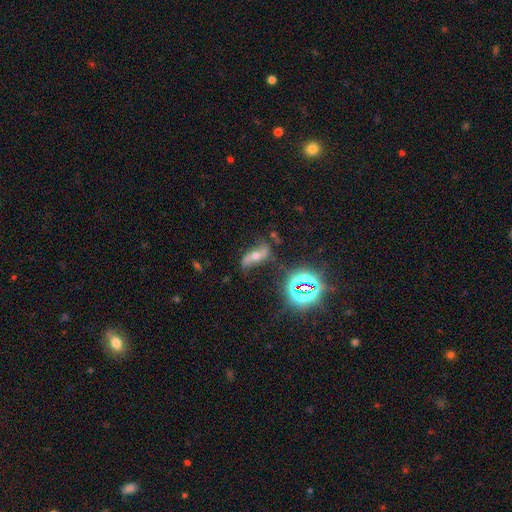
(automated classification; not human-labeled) Overall: featured or disk (64%). Edge-on disk: no (87%). Bar: no (52%; strong 24%). Spiral arms: yes (84%). Bulge size: moderate (66%). Merging: none (65%).